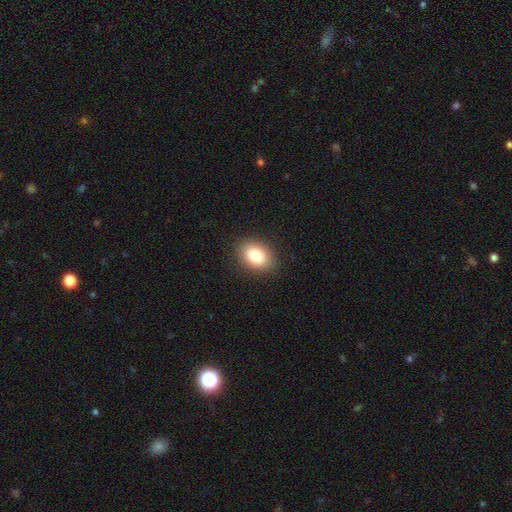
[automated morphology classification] Smooth or featured? smooth (84%)
How rounded? in between (78%)
Merging? none (88%)